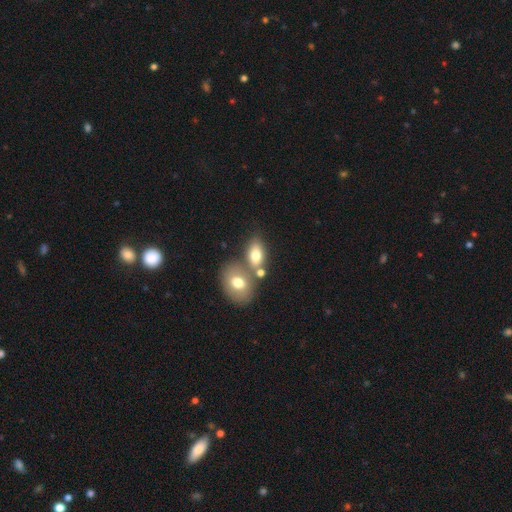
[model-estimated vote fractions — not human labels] Smooth or featured? smooth (72%)
How rounded? in between (83%)
Merging? none (43%)